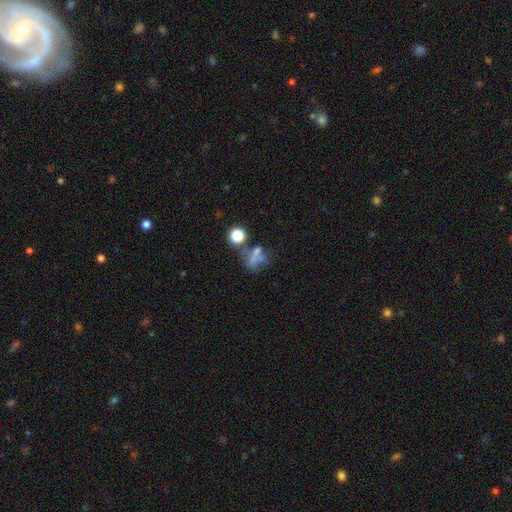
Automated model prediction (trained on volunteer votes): This appears to be a smooth galaxy with no disk features (50%) that is in between round and cigar-shaped (51%). Merging: none (33%).